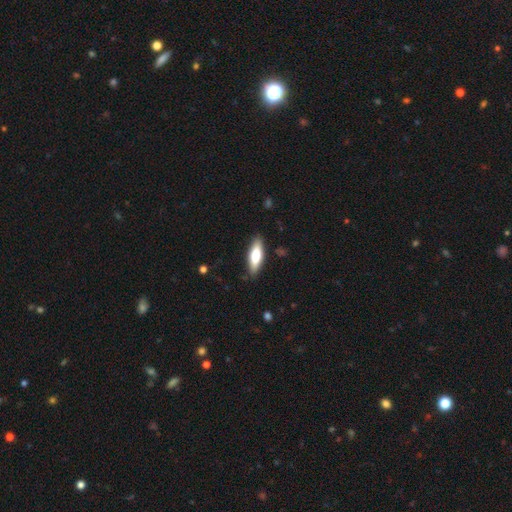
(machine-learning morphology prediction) type=smooth (68%); roundness=in between (52%); merging=none (86%).